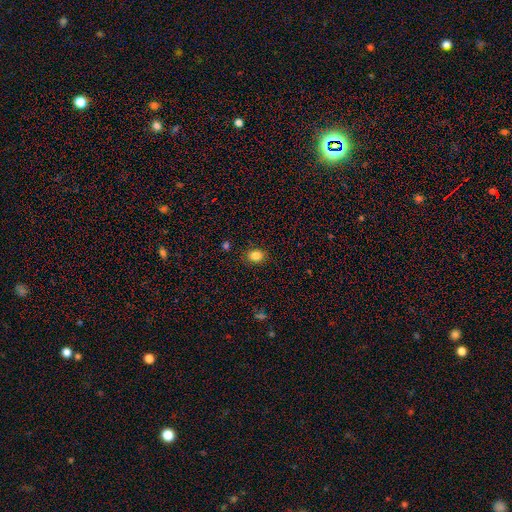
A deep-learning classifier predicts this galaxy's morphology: Smooth or featured: smooth — 84% (star or artifact — 11%)
How rounded: round — 52% (in between — 47%)
Merging: none — 88% (minor disturbance — 8%)